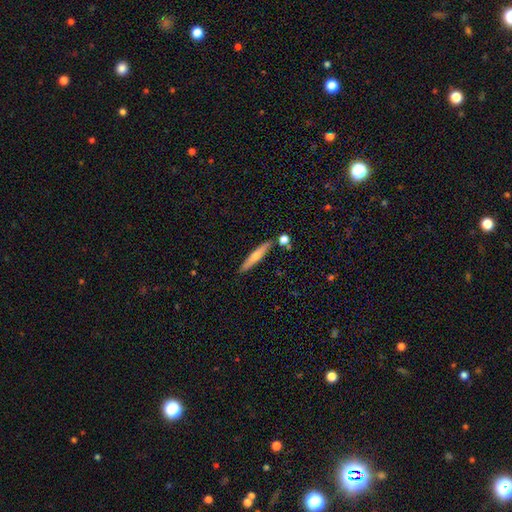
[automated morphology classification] The model was most divided on "smooth or featured": featured or disk: 50%, smooth: 42%, star or artifact: 8%. More confident: edge-on disk — yes (95%); merging — none (86%).